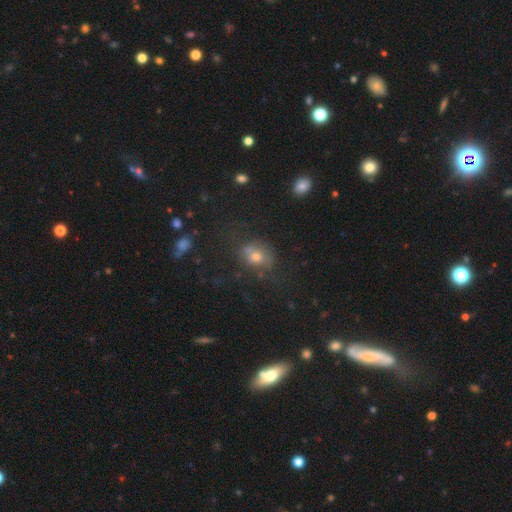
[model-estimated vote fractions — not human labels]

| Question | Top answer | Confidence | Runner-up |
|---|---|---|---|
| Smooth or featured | smooth | 58% | featured or disk (21%) |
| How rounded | round | 51% | in between (47%) |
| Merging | none | 55% | minor disturbance (20%) |